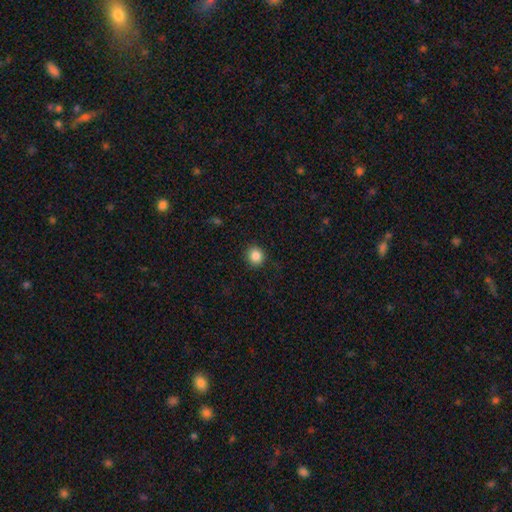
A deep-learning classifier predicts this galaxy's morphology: smooth-or-featured: smooth: 86% | star or artifact: 10% | featured or disk: 4%
  how-rounded: round: 89% | in between: 10% | cigar-shaped: 1%
  merging: none: 90% | minor disturbance: 7% | major disturbance: 2% | merger: 1%